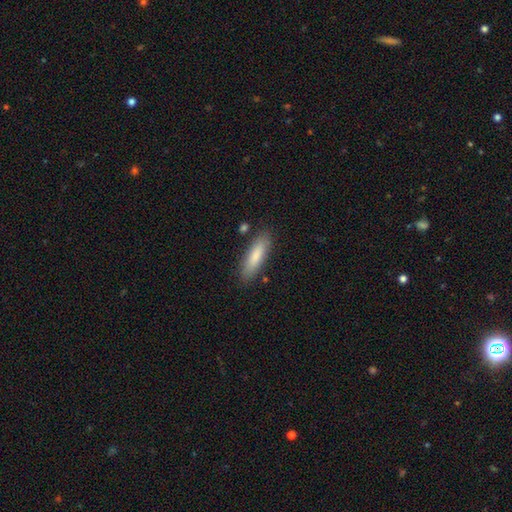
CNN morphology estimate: smooth-or-featured: smooth: 83% | featured or disk: 11% | star or artifact: 6%
  how-rounded: cigar-shaped: 63% | in between: 35% | round: 1%
  merging: none: 84% | minor disturbance: 11% | merger: 3% | major disturbance: 2%